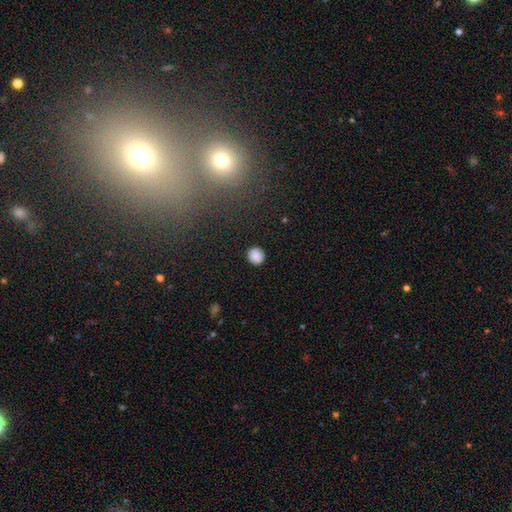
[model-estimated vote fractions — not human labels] smooth 87%, star or artifact 9%, featured or disk 4%. Down the decision tree: how rounded — round (85%); merging — none (88%).